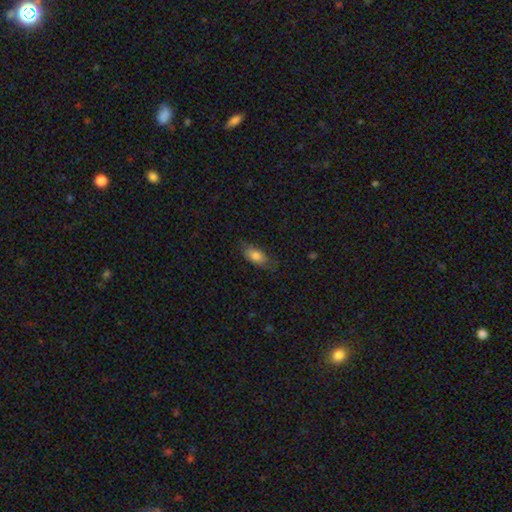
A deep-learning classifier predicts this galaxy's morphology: Q: Smooth or featured?
A: smooth (78%); runner-up: featured or disk (15%)
Q: How rounded?
A: in between (86%); runner-up: cigar-shaped (10%)
Q: Merging?
A: none (72%); runner-up: minor disturbance (21%)